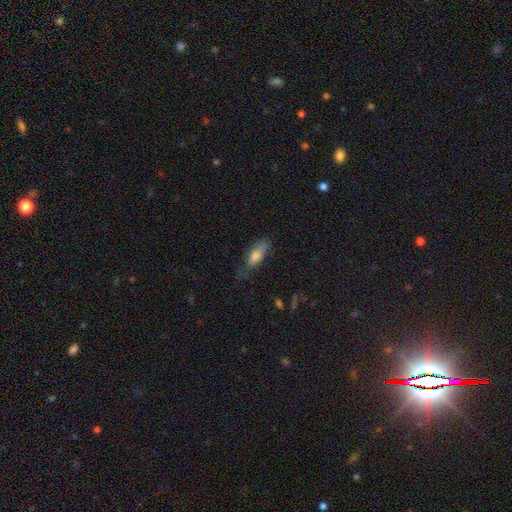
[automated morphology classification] Q: Smooth or featured?
A: smooth (74%); runner-up: featured or disk (19%)
Q: How rounded?
A: in between (73%); runner-up: cigar-shaped (25%)
Q: Merging?
A: none (52%); runner-up: minor disturbance (32%)